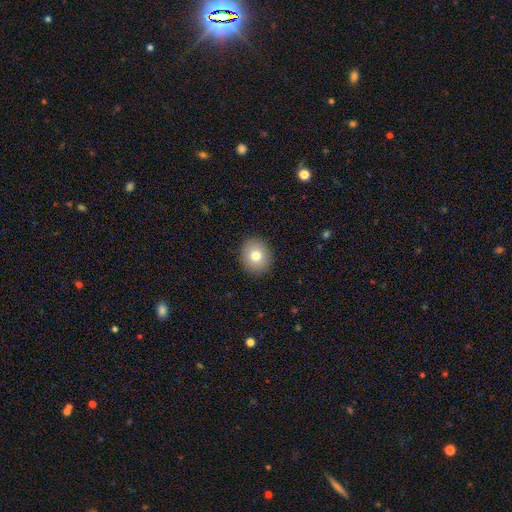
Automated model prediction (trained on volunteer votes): smooth 78%, featured or disk 12%, star or artifact 10%. Down the decision tree: how rounded — round (72%); merging — none (90%).